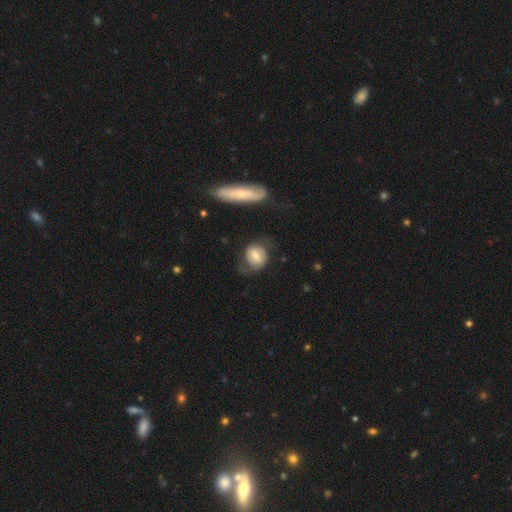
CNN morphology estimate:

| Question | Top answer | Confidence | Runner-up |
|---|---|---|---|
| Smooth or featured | smooth | 47% | featured or disk (46%) |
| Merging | none | 59% | minor disturbance (22%) |